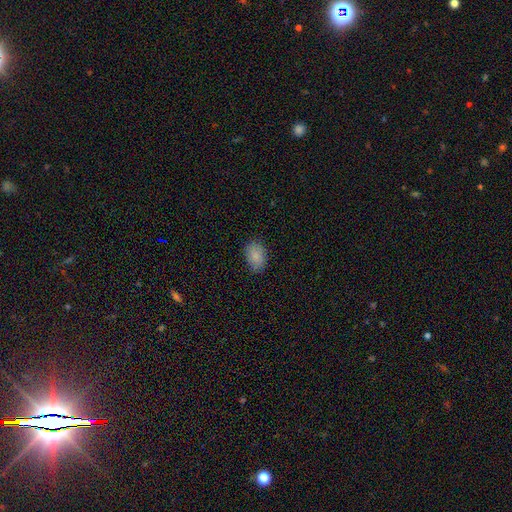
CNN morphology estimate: smooth_or_featured: smooth (p=0.87) [alt: star or artifact p=0.07]
how_rounded: in between (p=0.84) [alt: round p=0.15]
merging: none (p=0.84) [alt: minor disturbance p=0.13]